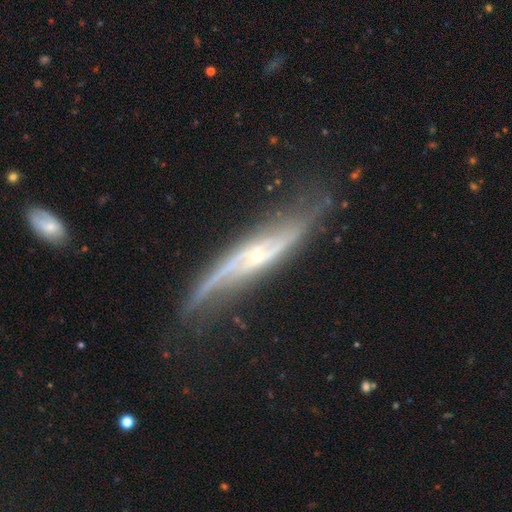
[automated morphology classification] This appears to be a featured or disk galaxy (84%). Merging: none (63%).